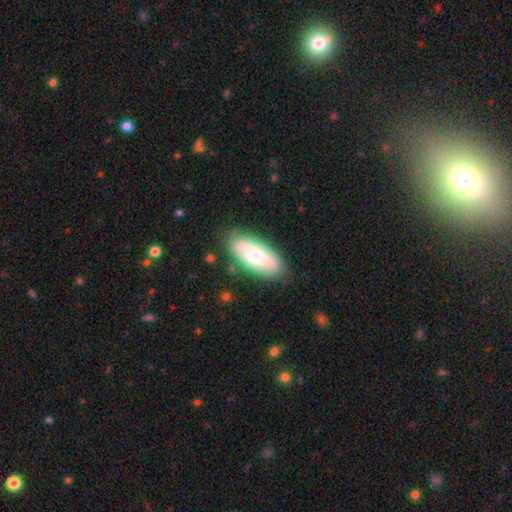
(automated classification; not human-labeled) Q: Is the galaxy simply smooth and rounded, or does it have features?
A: smooth — 63%.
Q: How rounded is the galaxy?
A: in between — 88%.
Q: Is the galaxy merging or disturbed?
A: none — 78%.